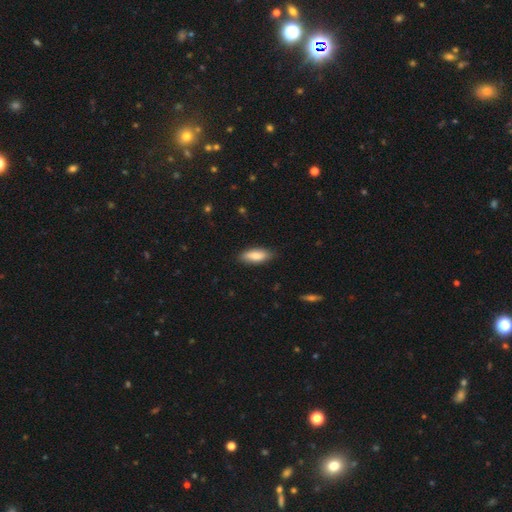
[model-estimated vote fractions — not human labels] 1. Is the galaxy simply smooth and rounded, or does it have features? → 84% smooth, 10% featured or disk, 6% star or artifact.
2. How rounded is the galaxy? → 71% in between, 27% cigar-shaped, 2% round.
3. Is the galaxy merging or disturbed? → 84% none, 13% minor disturbance, 2% major disturbance, 1% merger.